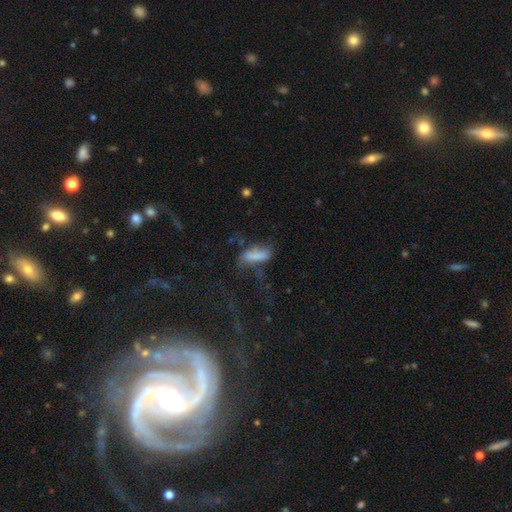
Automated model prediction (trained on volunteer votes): smooth 65%, featured or disk 23%, star or artifact 12%. Down the decision tree: how rounded — in between (54%); merging — major disturbance (34%).